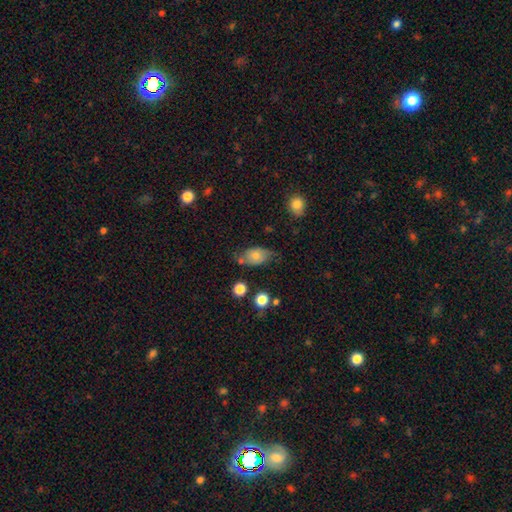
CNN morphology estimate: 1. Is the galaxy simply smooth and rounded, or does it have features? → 70% smooth, 21% featured or disk, 9% star or artifact.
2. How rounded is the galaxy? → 84% in between, 14% round, 2% cigar-shaped.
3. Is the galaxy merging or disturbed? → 56% none, 28% minor disturbance, 8% major disturbance, 7% merger.